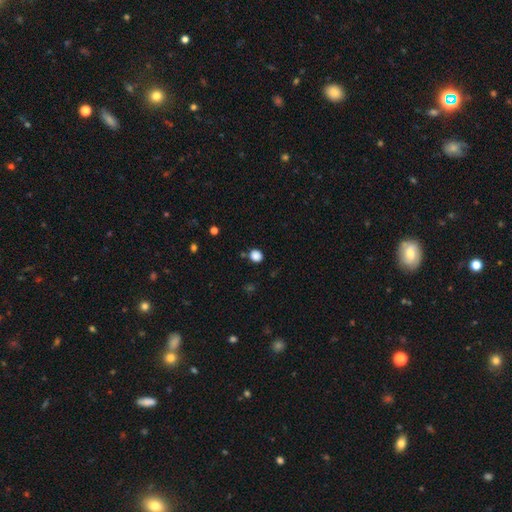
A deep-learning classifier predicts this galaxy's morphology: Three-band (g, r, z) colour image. It shows a smooth galaxy with no disk features (85%) that is round (76%). Merging: none (83%).